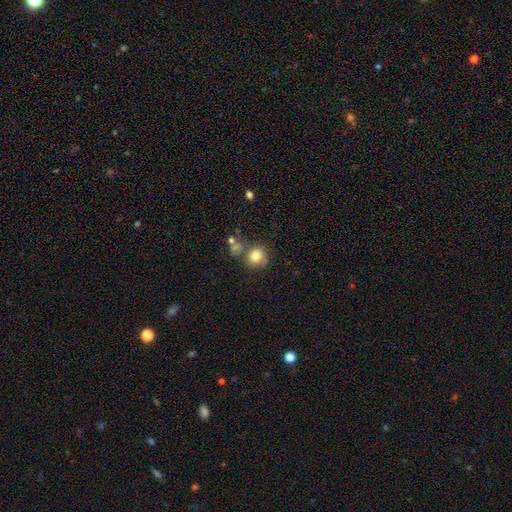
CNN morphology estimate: Smooth or featured?
  - smooth: 79% *
  - star or artifact: 11%
  - featured or disk: 11%
How rounded?
  - round: 84% *
  - in between: 15%
  - cigar-shaped: 1%
Merging?
  - none: 64% *
  - minor disturbance: 16%
  - merger: 14%
  - major disturbance: 6%